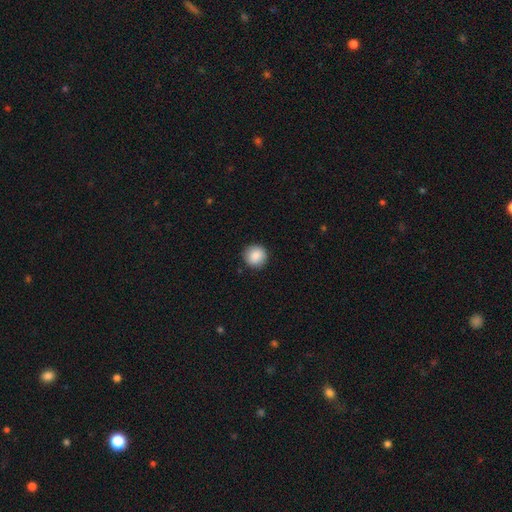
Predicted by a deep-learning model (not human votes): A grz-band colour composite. It shows a smooth galaxy with no disk features (88%) that is round (94%). Merging: none (90%).